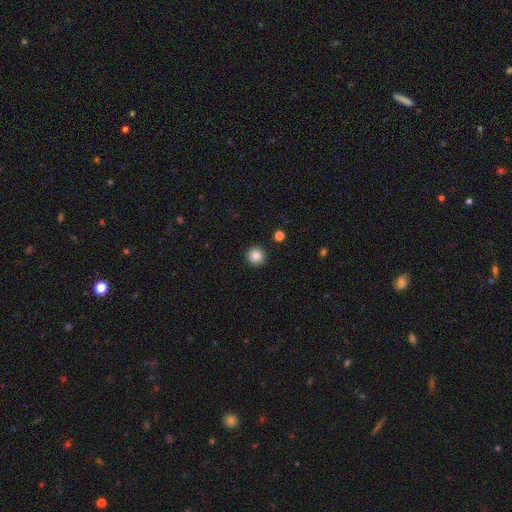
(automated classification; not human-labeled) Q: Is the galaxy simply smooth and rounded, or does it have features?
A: smooth — 86%.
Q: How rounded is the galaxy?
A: round — 95%.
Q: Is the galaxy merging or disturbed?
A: none — 93%.